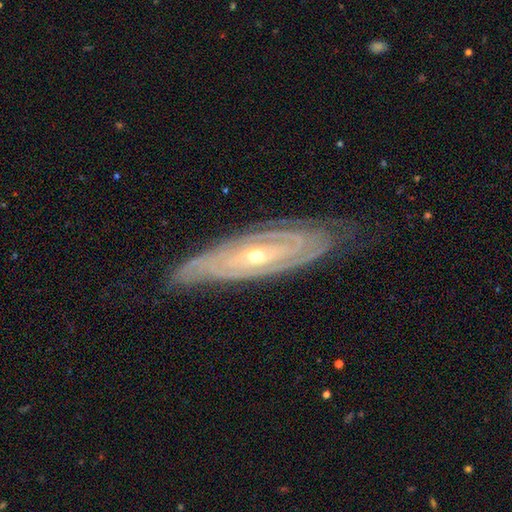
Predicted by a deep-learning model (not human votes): Smooth or featured: featured or disk — 83% (smooth — 10%)
Edge-on disk: no — 76% (yes — 24%)
Bar: no — 62% (weak — 27%)
Spiral arms: yes — 90% (no — 10%)
Spiral winding: tight — 76% (medium — 19%)
Spiral arm count: can't tell — 51% (2 — 21%)
Bulge size: small — 59% (moderate — 38%)
Merging: none — 78% (minor disturbance — 16%)